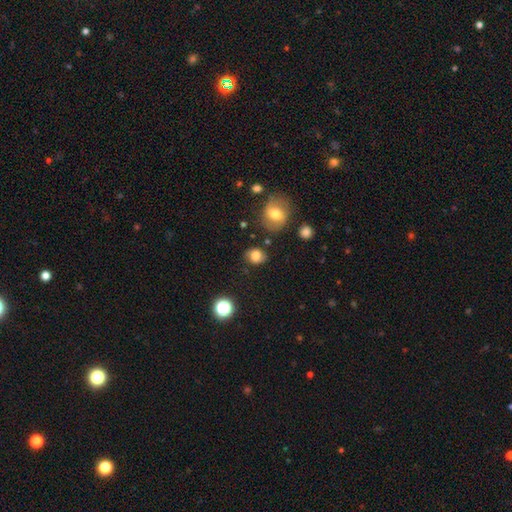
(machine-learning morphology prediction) Q: Smooth or featured?
A: smooth (76%); runner-up: star or artifact (12%)
Q: How rounded?
A: round (63%); runner-up: in between (36%)
Q: Merging?
A: none (72%); runner-up: minor disturbance (19%)